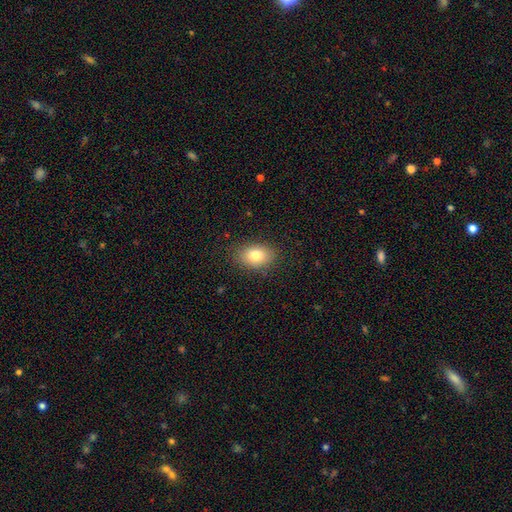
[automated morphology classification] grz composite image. It shows a smooth galaxy with no disk features (80%) that is in between round and cigar-shaped (81%). Merging: none (86%).